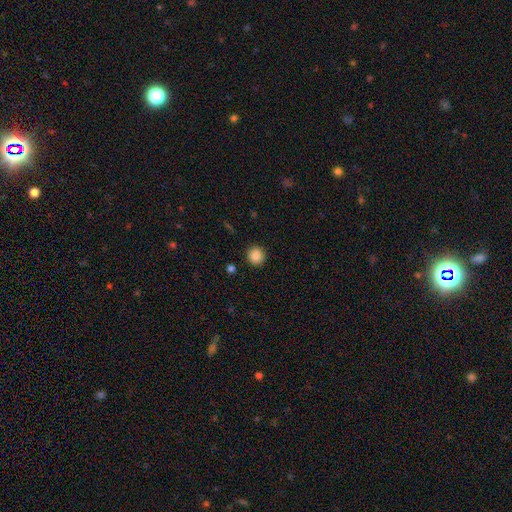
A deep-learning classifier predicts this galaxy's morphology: smooth 88%, star or artifact 9%, featured or disk 3%. Down the decision tree: how rounded — round (92%); merging — none (90%).